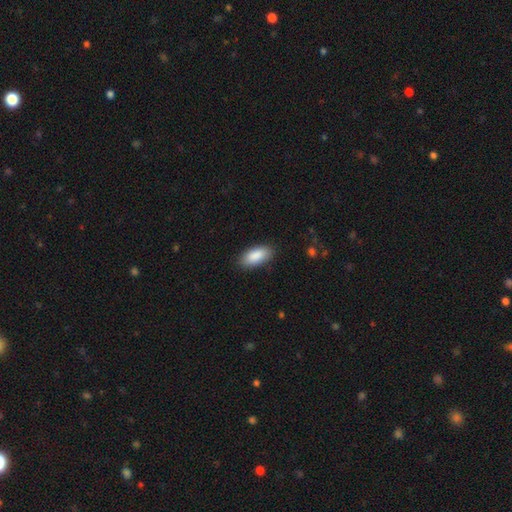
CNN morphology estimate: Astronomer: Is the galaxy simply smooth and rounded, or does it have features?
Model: smooth — 89%.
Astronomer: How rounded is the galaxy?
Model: in between — 90%.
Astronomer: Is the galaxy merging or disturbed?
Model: none — 86%.